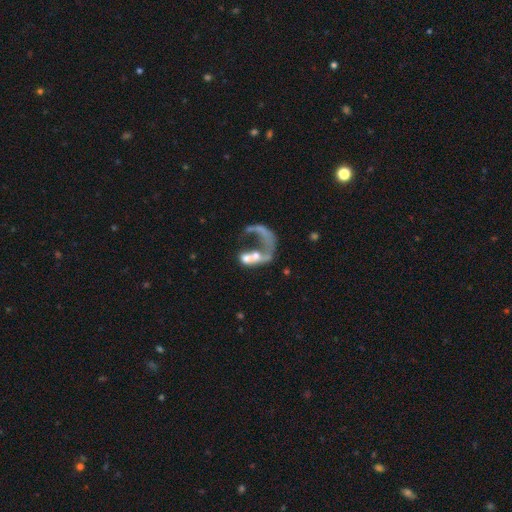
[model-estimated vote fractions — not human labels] This is likely a featured or disk galaxy (60%). It is clearly not viewed edge-on (96%). Bar: likely no (79%). Spiral arm pattern: possibly no (57%). Central bulge: marginally moderate (36%). Merging: marginally major disturbance (44%).